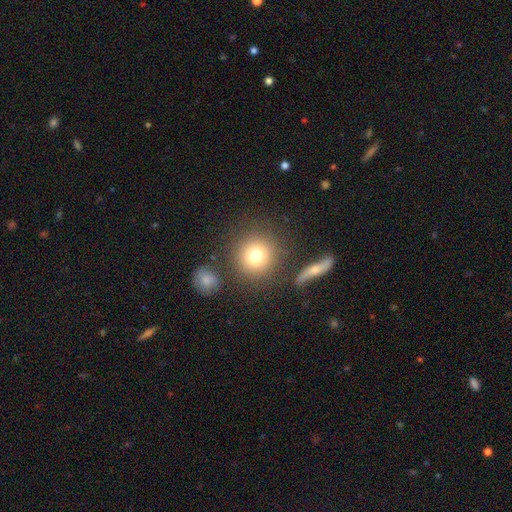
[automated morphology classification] This is likely a smooth galaxy (76%). How rounded: clearly round (91%). Merging: clearly none (81%).